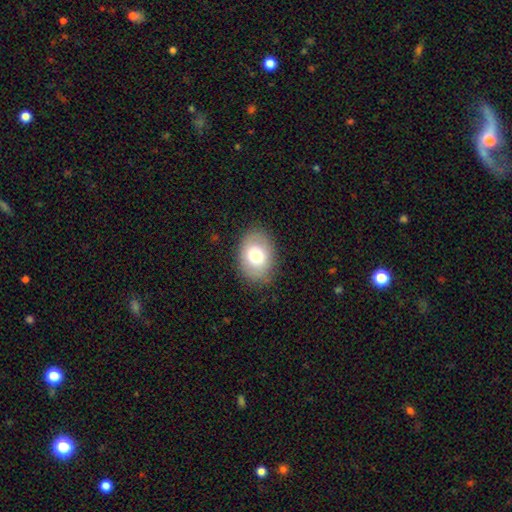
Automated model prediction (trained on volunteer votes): A smooth galaxy with no disk features (74%) that is in between round and cigar-shaped (76%).

Vote fractions:
- Smooth or featured? smooth: 74% / featured or disk: 18% / star or artifact: 8%
- How rounded? in between: 76% / round: 23% / cigar-shaped: 1%
- Merging? none: 84% / minor disturbance: 12% / major disturbance: 3% / merger: 1%